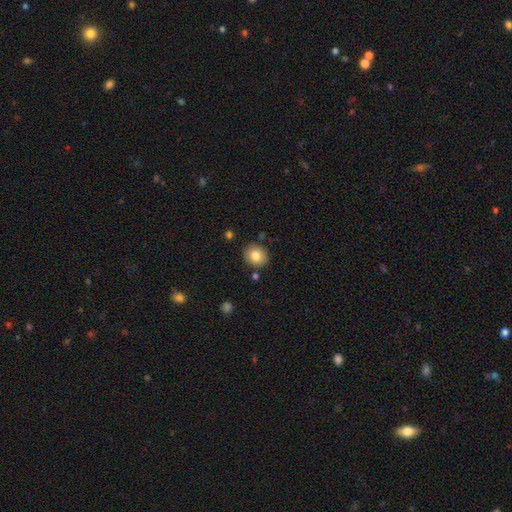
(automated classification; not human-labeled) This is clearly a smooth galaxy (81%). How rounded: likely round (71%). Merging: clearly none (86%).